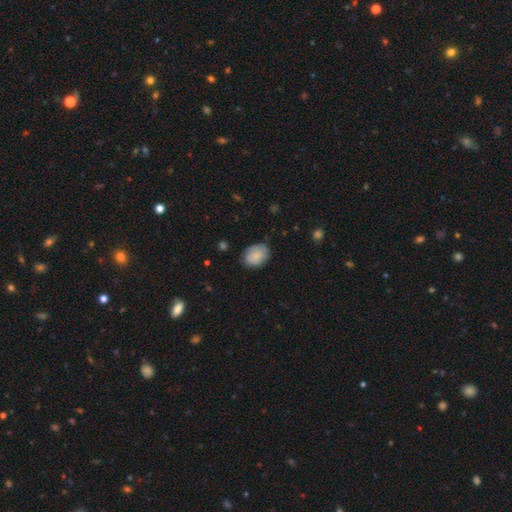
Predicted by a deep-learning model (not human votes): A smooth galaxy with no disk features (77%) that is in between round and cigar-shaped (65%).

Vote fractions:
- Smooth or featured? smooth: 77% / featured or disk: 16% / star or artifact: 7%
- How rounded? in between: 65% / round: 34% / cigar-shaped: 1%
- Merging? none: 76% / minor disturbance: 19% / major disturbance: 4% / merger: 1%